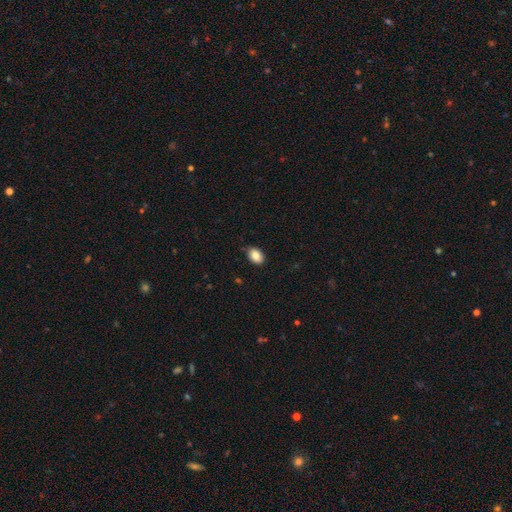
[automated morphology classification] A smooth galaxy with no disk features (86%) that is in between round and cigar-shaped (81%). Merging: none (83%).